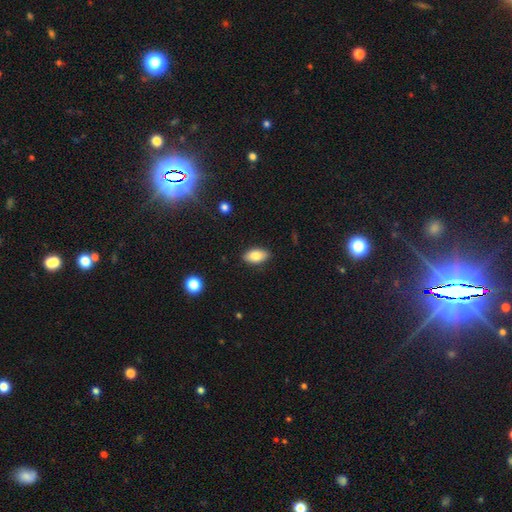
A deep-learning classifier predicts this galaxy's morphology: The model was most divided on "smooth or featured": smooth: 82%, featured or disk: 11%, star or artifact: 7%. More confident: how rounded — in between (92%); merging — none (87%).